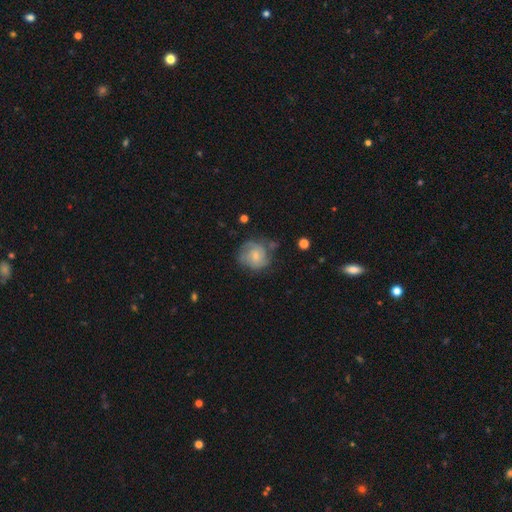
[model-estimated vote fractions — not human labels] Smooth or featured? featured or disk (58%)
Edge-on disk? no (98%)
Bar? no (57%)
Spiral arms? yes (83%)
Bulge size? small (56%)
Merging? none (59%)